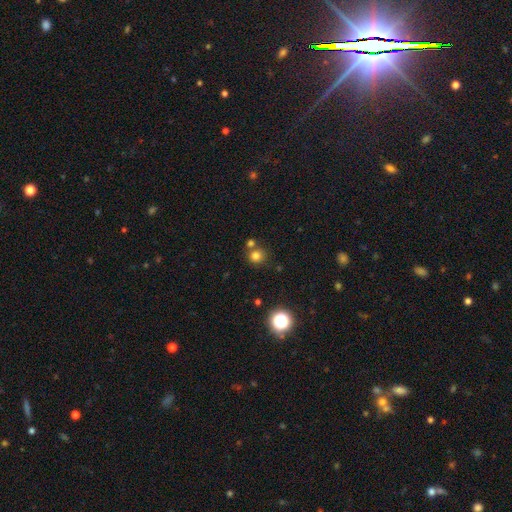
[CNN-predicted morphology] This appears to be a smooth galaxy with no disk features (77%) that is round (90%). Merging: none (68%).